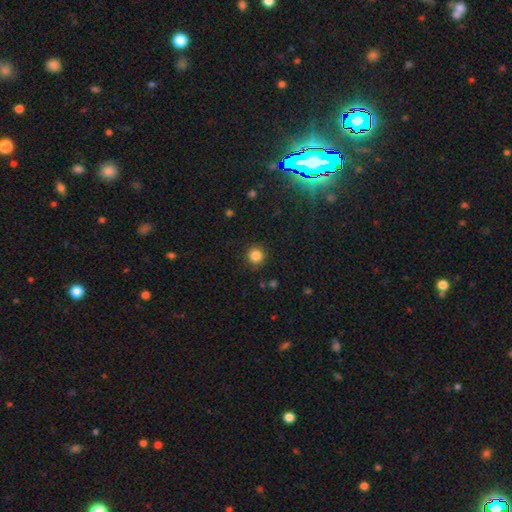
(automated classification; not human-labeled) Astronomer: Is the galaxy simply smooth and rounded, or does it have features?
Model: smooth — 84%.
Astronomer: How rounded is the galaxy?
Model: round — 95%.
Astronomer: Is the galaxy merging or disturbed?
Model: none — 89%.